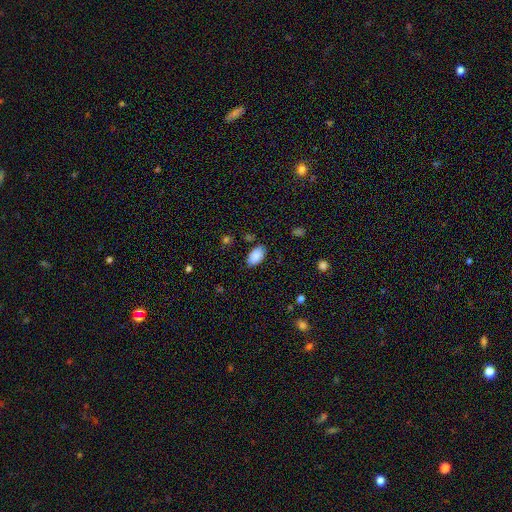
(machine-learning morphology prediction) A smooth galaxy with no disk features (89%) that is in between round and cigar-shaped (95%).

Vote fractions:
- Smooth or featured? smooth: 89% / star or artifact: 7% / featured or disk: 4%
- How rounded? in between: 95% / round: 4% / cigar-shaped: 2%
- Merging? none: 83% / minor disturbance: 12% / major disturbance: 3% / merger: 2%